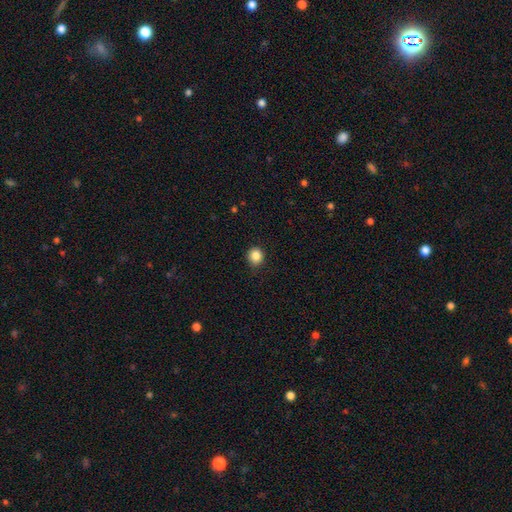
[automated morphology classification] Smooth or featured? smooth (85%)
How rounded? round (89%)
Merging? none (86%)